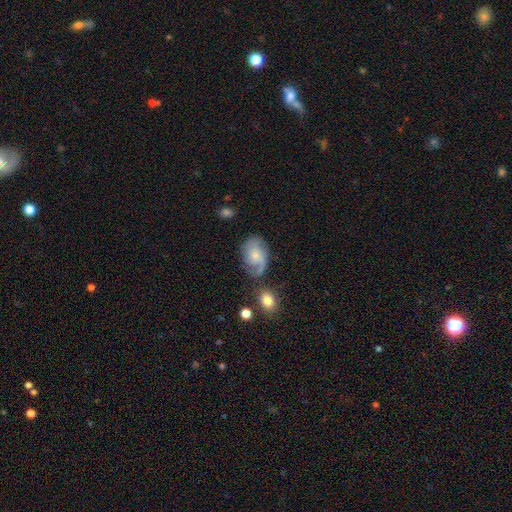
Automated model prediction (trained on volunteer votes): Morphology: type=featured or disk (49%); merging=none (51%).